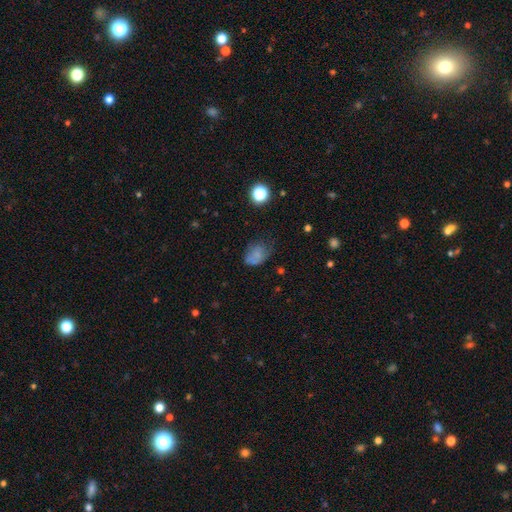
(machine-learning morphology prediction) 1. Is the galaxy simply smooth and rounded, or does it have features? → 69% smooth, 17% featured or disk, 14% star or artifact.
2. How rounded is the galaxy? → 73% in between, 26% round, 1% cigar-shaped.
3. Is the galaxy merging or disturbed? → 42% none, 34% minor disturbance, 19% major disturbance, 4% merger.